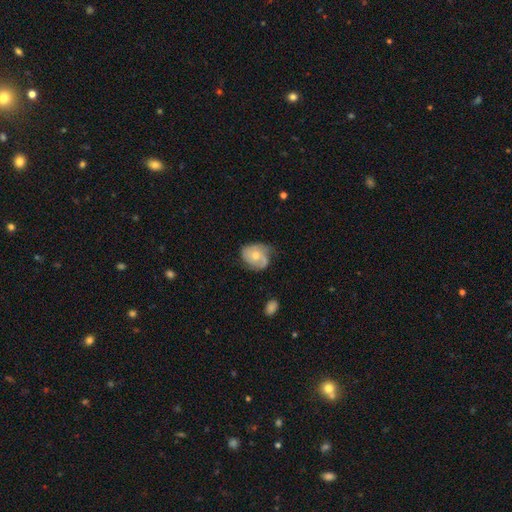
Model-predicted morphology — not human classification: Smooth or featured: featured or disk — 62% (smooth — 31%)
Edge-on disk: no — 97% (yes — 3%)
Bar: no — 75% (weak — 21%)
Spiral arms: yes — 87% (no — 13%)
Spiral winding: tight — 40% (medium — 39%)
Spiral arm count: 2 — 48% (can't tell — 19%)
Bulge size: moderate — 58% (small — 36%)
Merging: none — 54% (minor disturbance — 32%)